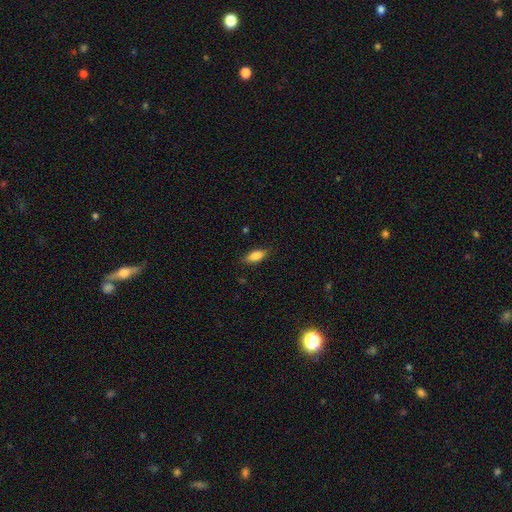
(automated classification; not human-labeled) smooth_or_featured: smooth (p=0.81) [alt: featured or disk p=0.12]
how_rounded: in between (p=0.80) [alt: cigar-shaped p=0.17]
merging: none (p=0.81) [alt: minor disturbance p=0.15]